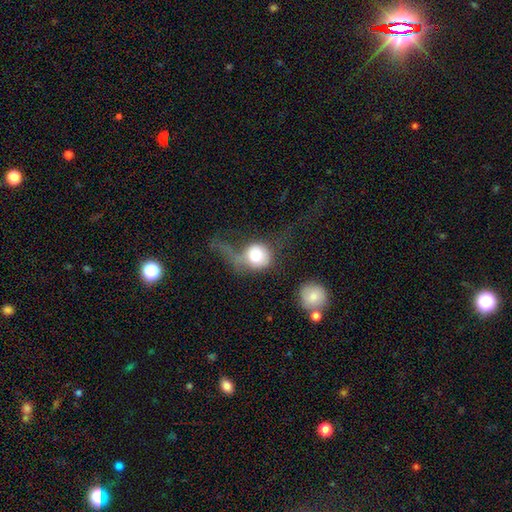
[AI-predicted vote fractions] The model was most divided on "merging": major disturbance: 50%, none: 22%, minor disturbance: 17%, merger: 11%. More confident: how rounded — round (82%); smooth or featured — smooth (70%).